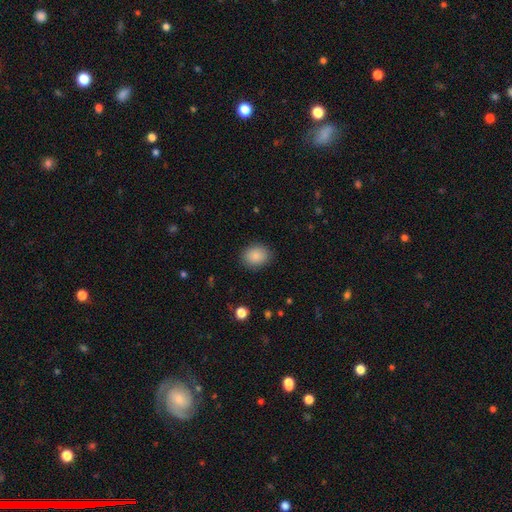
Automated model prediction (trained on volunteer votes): Smooth or featured: smooth — 87% (star or artifact — 8%)
How rounded: in between — 55% (round — 44%)
Merging: none — 87% (minor disturbance — 9%)